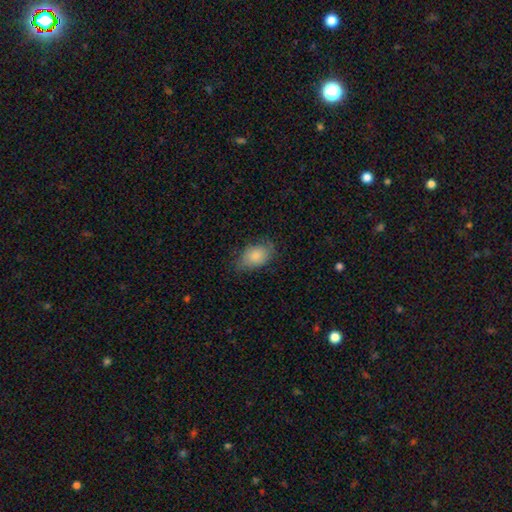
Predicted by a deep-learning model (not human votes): Q: Smooth or featured?
A: smooth (80%); runner-up: featured or disk (13%)
Q: How rounded?
A: in between (87%); runner-up: round (11%)
Q: Merging?
A: none (66%); runner-up: minor disturbance (25%)